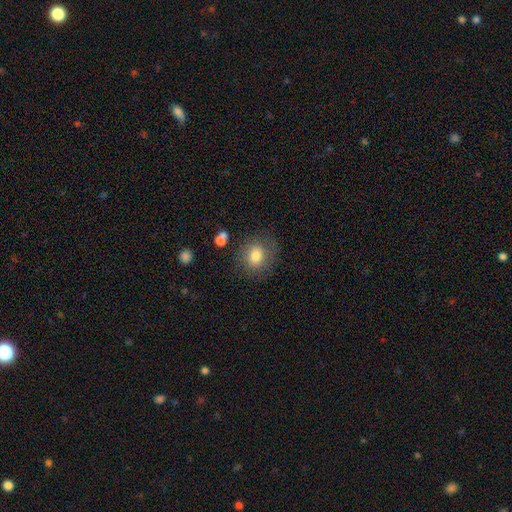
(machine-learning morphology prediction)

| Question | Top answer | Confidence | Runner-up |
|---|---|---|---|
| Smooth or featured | smooth | 79% | featured or disk (12%) |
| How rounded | round | 64% | in between (35%) |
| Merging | none | 76% | minor disturbance (15%) |